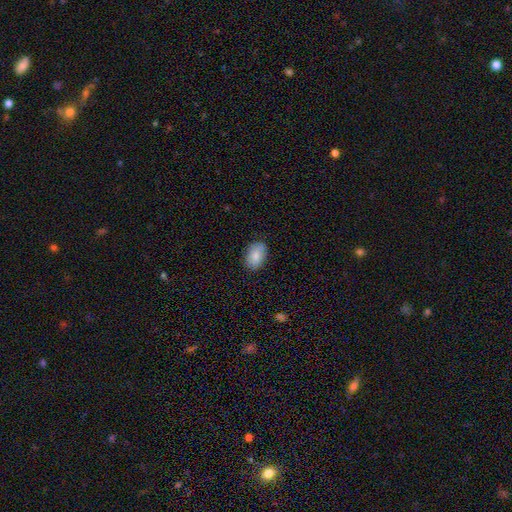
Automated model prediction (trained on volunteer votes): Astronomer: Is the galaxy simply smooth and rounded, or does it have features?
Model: smooth — 84%.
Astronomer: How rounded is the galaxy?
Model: in between — 89%.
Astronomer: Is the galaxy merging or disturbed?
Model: none — 84%.